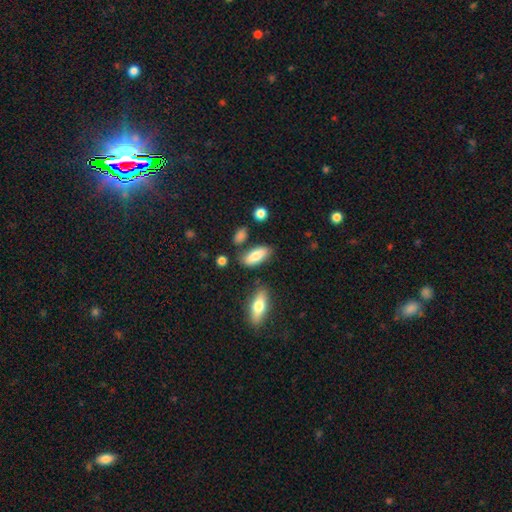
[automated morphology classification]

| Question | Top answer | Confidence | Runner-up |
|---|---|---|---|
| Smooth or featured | smooth | 78% | featured or disk (15%) |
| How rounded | in between | 78% | cigar-shaped (19%) |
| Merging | none | 75% | minor disturbance (15%) |